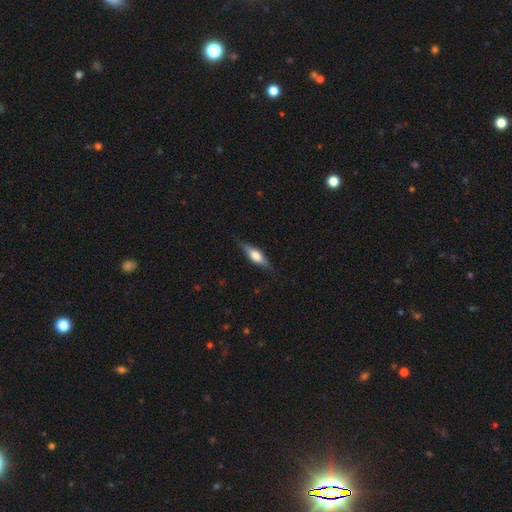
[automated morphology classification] Smooth or featured? featured or disk (51%)
Edge-on disk? yes (94%)
Merging? none (80%)